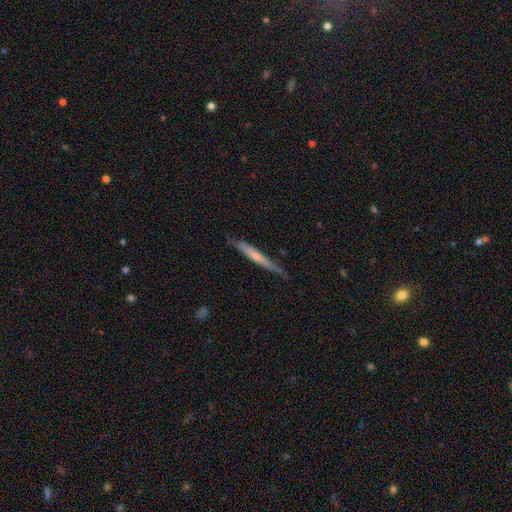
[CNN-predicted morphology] The model was most divided on "smooth or featured": smooth: 48%, featured or disk: 46%, star or artifact: 6%. More confident: merging — none (78%).